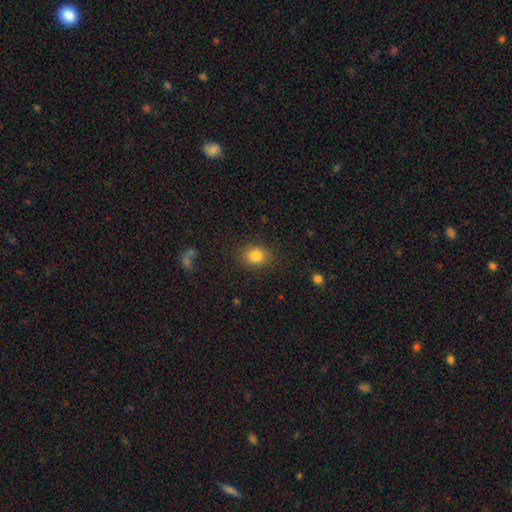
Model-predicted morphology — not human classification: The model was most divided on "how rounded": round: 64%, in between: 35%, cigar-shaped: 1%. More confident: merging — none (87%); smooth or featured — smooth (83%).